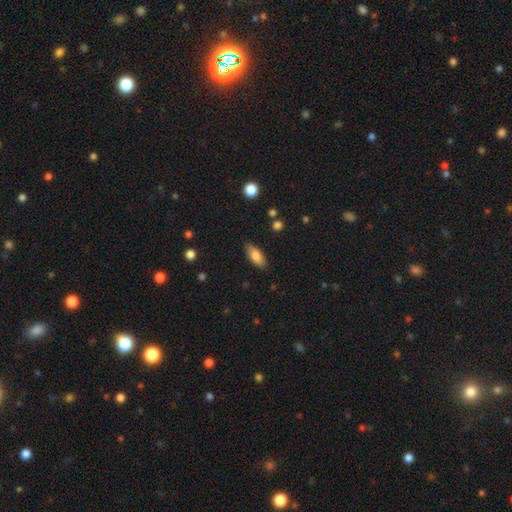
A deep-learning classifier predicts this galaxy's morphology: smooth 80%, featured or disk 13%, star or artifact 7%. Down the decision tree: how rounded — in between (82%); merging — none (83%).